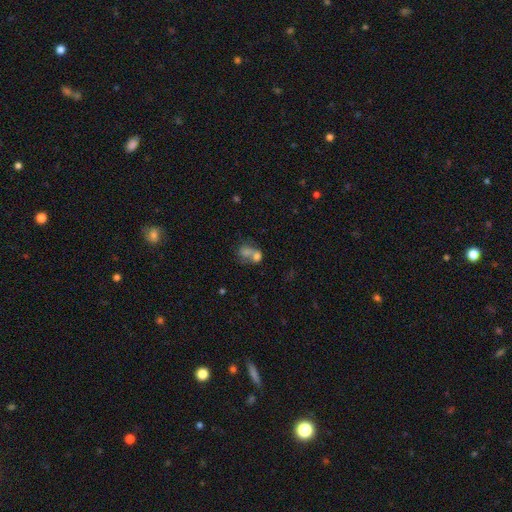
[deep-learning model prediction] Q: Smooth or featured?
A: smooth (67%); runner-up: featured or disk (20%)
Q: How rounded?
A: in between (57%); runner-up: round (42%)
Q: Merging?
A: merger (65%); runner-up: none (19%)